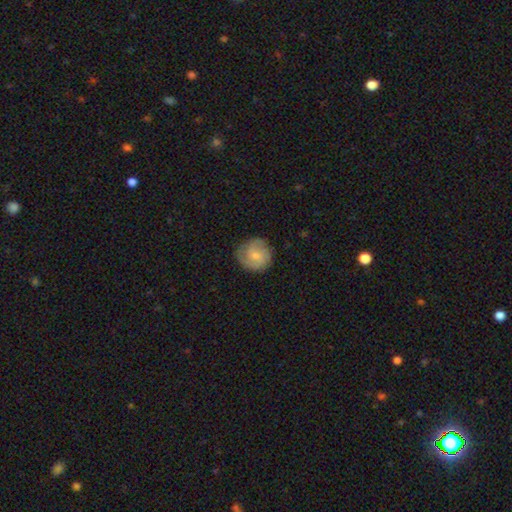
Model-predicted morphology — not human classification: smooth_or_featured: smooth (p=0.52) [alt: featured or disk p=0.42]
how_rounded: round (p=0.92) [alt: in between p=0.07]
merging: none (p=0.80) [alt: minor disturbance p=0.15]